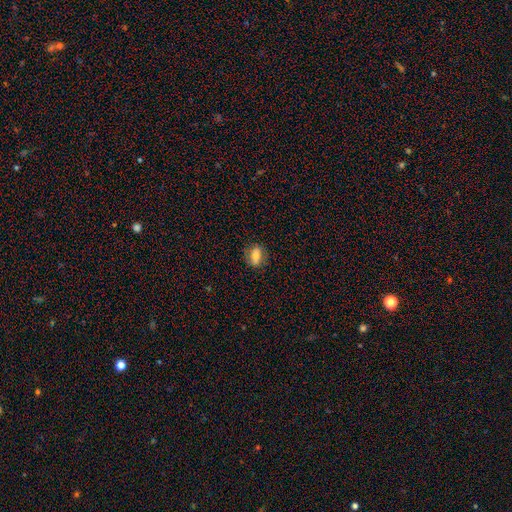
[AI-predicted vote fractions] Morphology: type=smooth (74%); roundness=in between (73%); merging=none (81%).